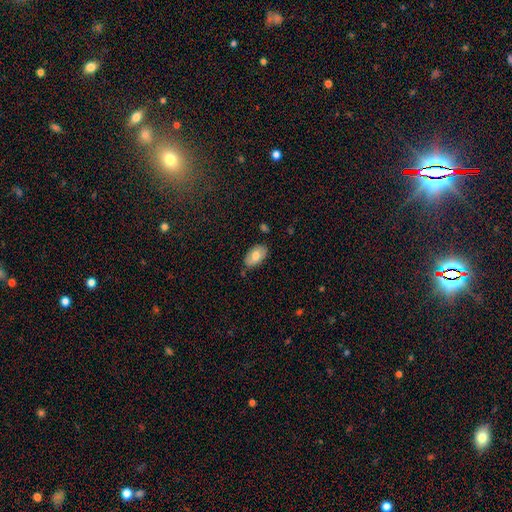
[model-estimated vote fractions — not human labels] Morphology: type=smooth (73%); roundness=in between (94%); merging=none (77%).